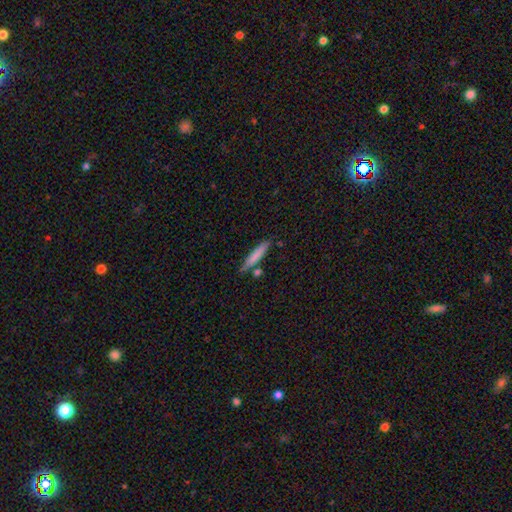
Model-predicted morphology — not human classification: The model was most divided on "smooth or featured": smooth: 77%, featured or disk: 17%, star or artifact: 6%. More confident: how rounded — cigar-shaped (90%); merging — none (76%).